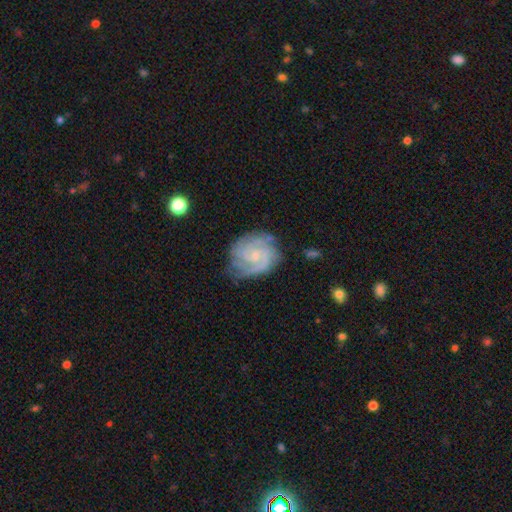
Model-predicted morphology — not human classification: Overall: featured or disk (89%). Edge-on disk: no (98%). Bar: no (59%; weak 35%). Spiral arms: yes (98%). Spiral arm count: 2 (41%; 3 29%). Spiral winding: tight (66%; medium 30%). Bulge size: small (66%). Merging: none (73%).